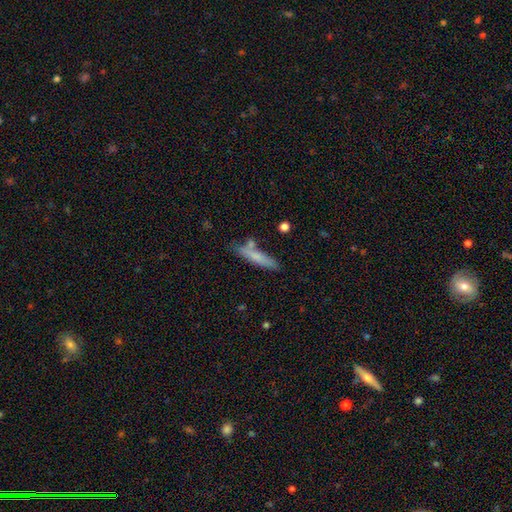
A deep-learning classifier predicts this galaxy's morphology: This is likely a smooth galaxy (72%). How rounded: clearly cigar-shaped (87%). Merging: likely none (71%).